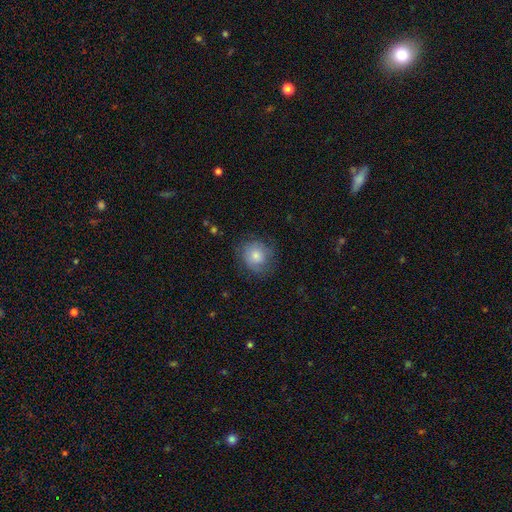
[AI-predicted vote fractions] Smooth or featured? smooth (68%)
How rounded? round (84%)
Merging? none (75%)